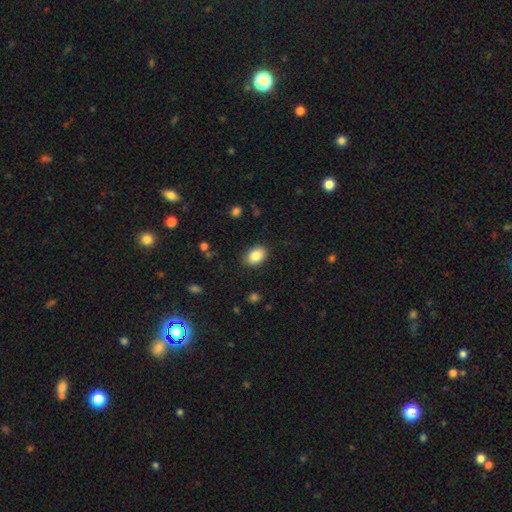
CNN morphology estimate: This is clearly a smooth galaxy (87%). How rounded: clearly in between (83%). Merging: clearly none (87%).